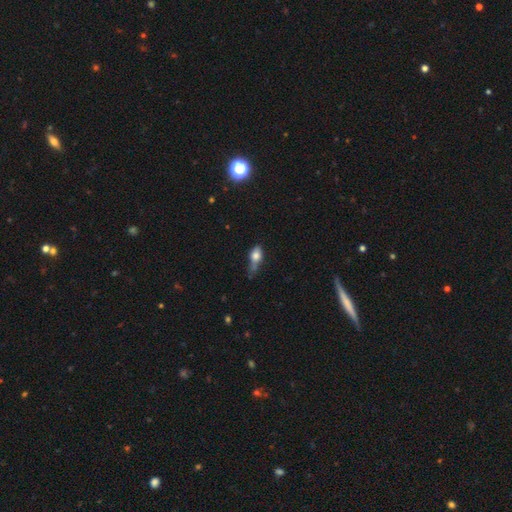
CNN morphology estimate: A smooth galaxy with no disk features (71%) that is in between round and cigar-shaped (74%).

Vote fractions:
- Smooth or featured? smooth: 71% / featured or disk: 19% / star or artifact: 10%
- How rounded? in between: 74% / round: 14% / cigar-shaped: 11%
- Merging? minor disturbance: 37% / none: 30% / major disturbance: 23% / merger: 10%